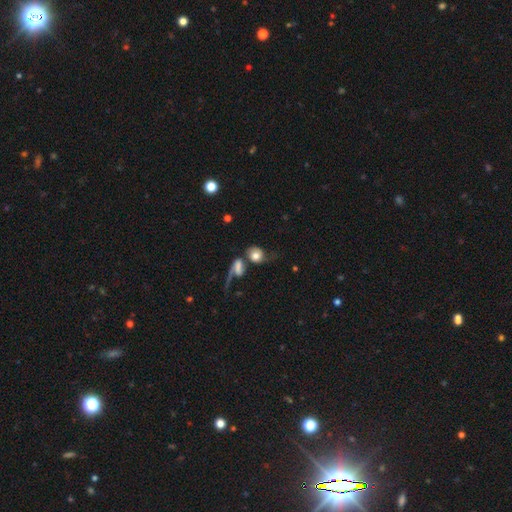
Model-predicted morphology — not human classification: This is likely a smooth galaxy (62%). How rounded: likely round (62%). Merging: marginally merger (45%).